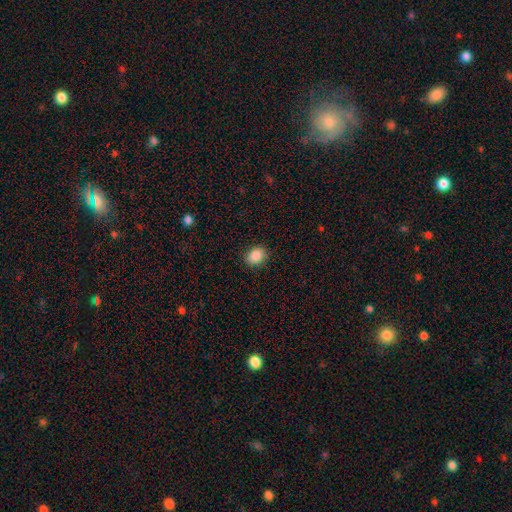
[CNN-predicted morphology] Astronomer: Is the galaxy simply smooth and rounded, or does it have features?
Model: smooth — 87%.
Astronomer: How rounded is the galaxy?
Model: in between — 55% (runner-up: round, 44%).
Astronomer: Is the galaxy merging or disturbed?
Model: none — 87%.